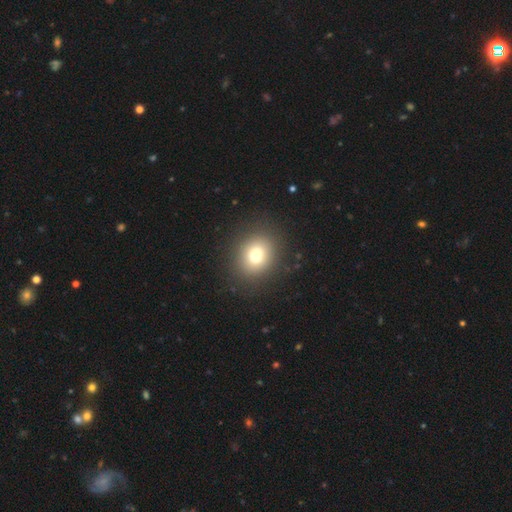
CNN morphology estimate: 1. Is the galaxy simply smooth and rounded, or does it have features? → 74% smooth, 14% star or artifact, 12% featured or disk.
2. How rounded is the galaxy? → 67% round, 32% in between, 1% cigar-shaped.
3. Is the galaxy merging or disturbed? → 89% none, 7% minor disturbance, 3% major disturbance, 1% merger.